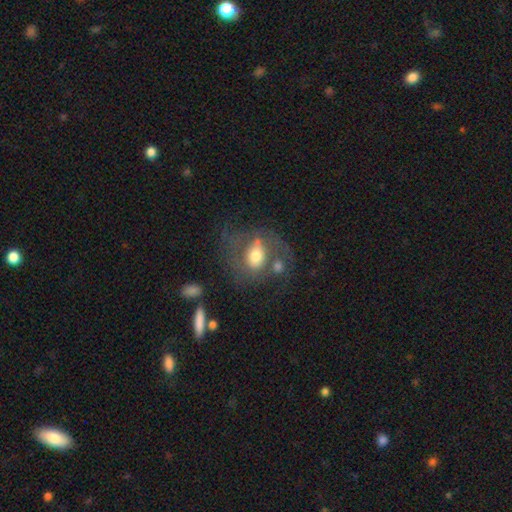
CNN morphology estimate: This appears to be a smooth galaxy with no disk features (48%). Merging: none (44%).